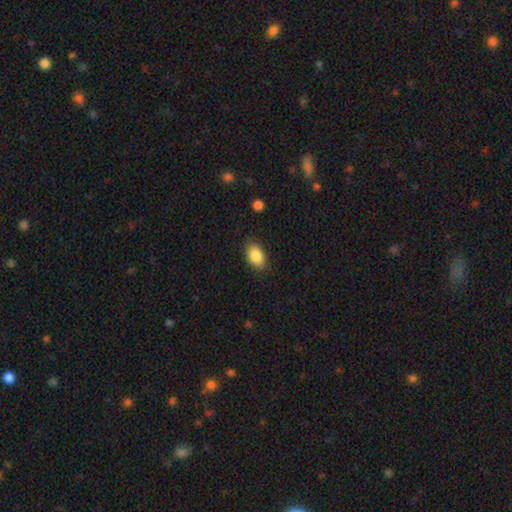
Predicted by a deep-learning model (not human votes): A smooth galaxy with no disk features (87%) that is in between round and cigar-shaped (89%). Merging: none (84%).